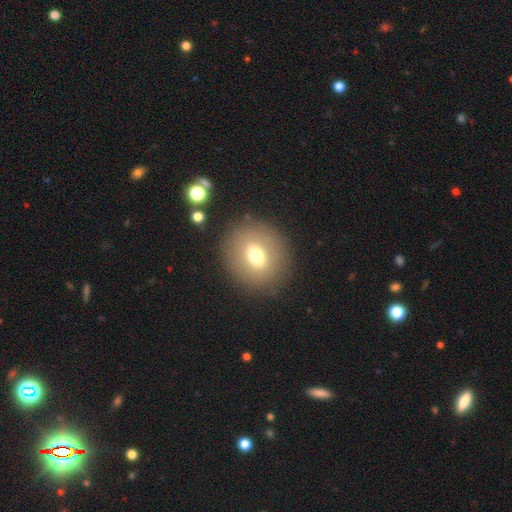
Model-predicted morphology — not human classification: This appears to be a smooth galaxy with no disk features (62%) that is round (73%). Merging: none (86%).